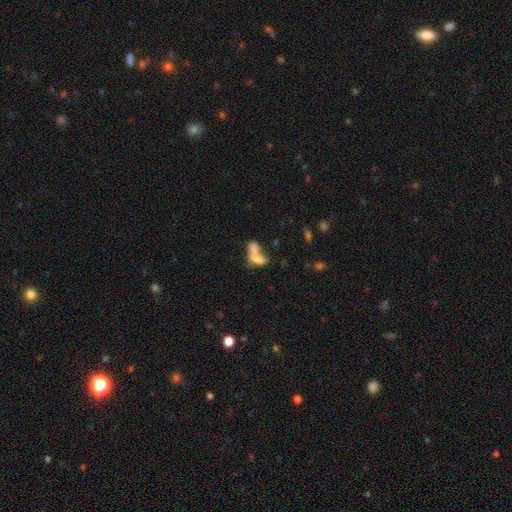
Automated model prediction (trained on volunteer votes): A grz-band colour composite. It shows a smooth galaxy with no disk features (65%) that is in between round and cigar-shaped (79%). Merging: merger (66%).